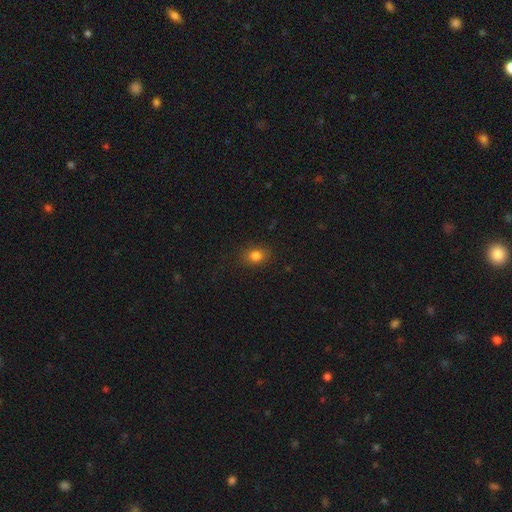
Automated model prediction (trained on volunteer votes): A smooth galaxy with no disk features (82%) that is round (51%).

Vote fractions:
- Smooth or featured? smooth: 82% / star or artifact: 12% / featured or disk: 6%
- How rounded? round: 51% / in between: 48% / cigar-shaped: 1%
- Merging? none: 85% / minor disturbance: 11% / major disturbance: 3% / merger: 1%